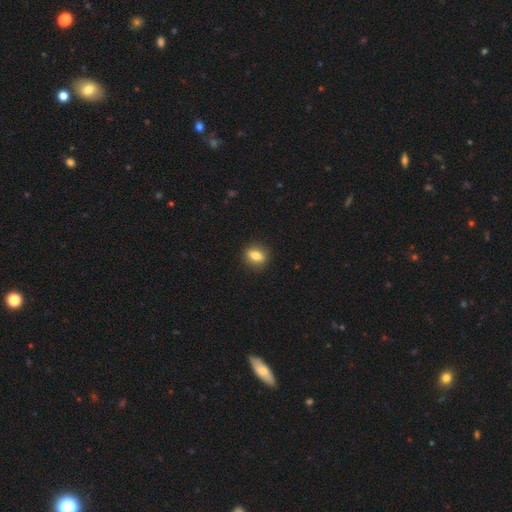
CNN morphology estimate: Smooth or featured?
  - smooth: 76% *
  - featured or disk: 15%
  - star or artifact: 9%
How rounded?
  - in between: 58% *
  - round: 37%
  - cigar-shaped: 5%
Merging?
  - none: 88% *
  - minor disturbance: 8%
  - major disturbance: 2%
  - merger: 1%